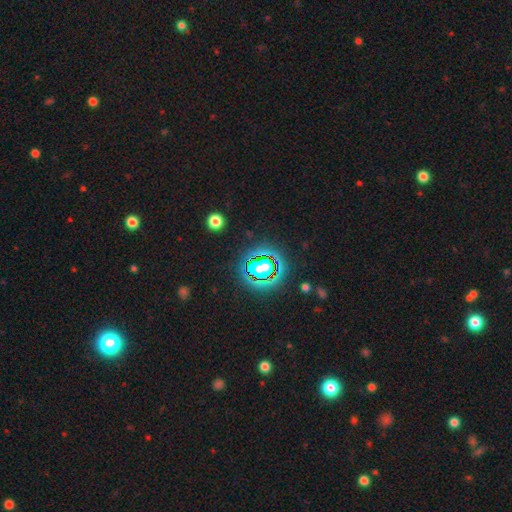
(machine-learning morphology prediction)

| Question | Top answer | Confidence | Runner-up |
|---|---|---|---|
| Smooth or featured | star or artifact | 81% | smooth (12%) |